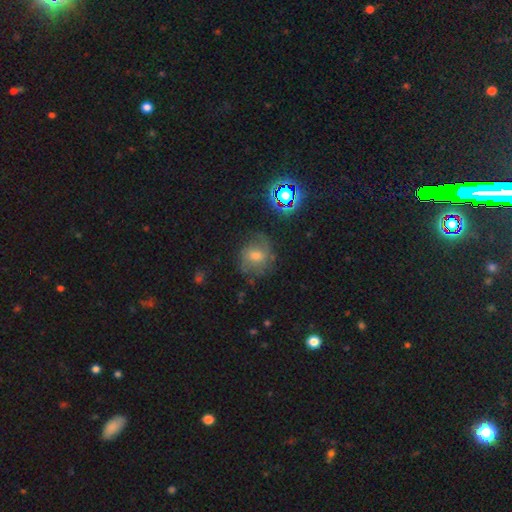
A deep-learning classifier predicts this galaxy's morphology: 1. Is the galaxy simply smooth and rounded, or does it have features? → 44% featured or disk, 34% smooth, 22% star or artifact.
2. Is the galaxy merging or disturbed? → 66% none, 20% minor disturbance, 12% major disturbance, 2% merger.